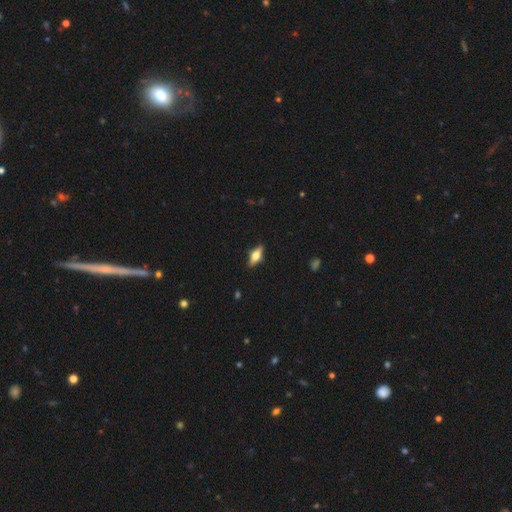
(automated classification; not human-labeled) A featured or disk galaxy (51%) viewed edge-on (92%).

Vote fractions:
- Smooth or featured? featured or disk: 51% / smooth: 42% / star or artifact: 8%
- Edge-on disk? yes: 92% / no: 8%
- Merging? none: 87% / minor disturbance: 9% / major disturbance: 2% / merger: 1%